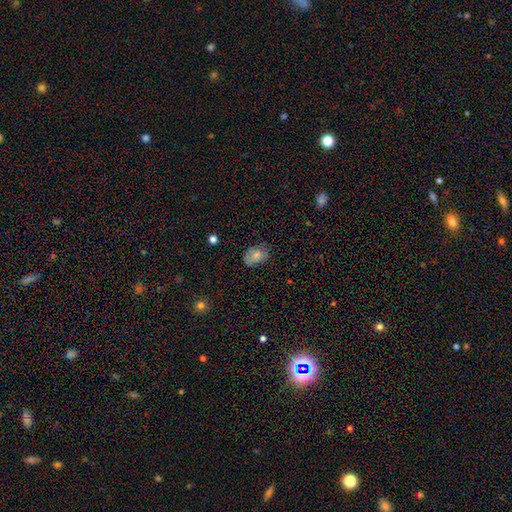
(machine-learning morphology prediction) type=smooth (79%); roundness=in between (82%); merging=none (67%).